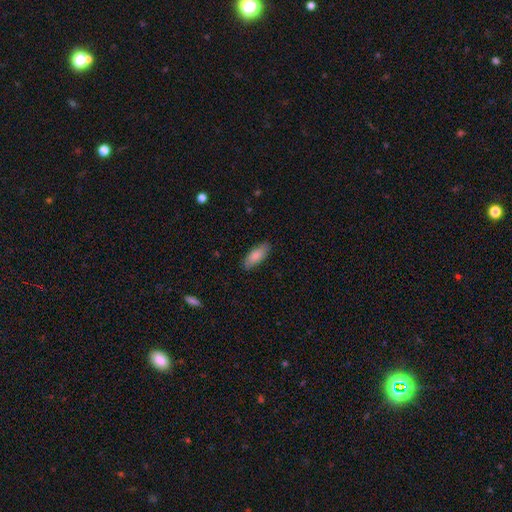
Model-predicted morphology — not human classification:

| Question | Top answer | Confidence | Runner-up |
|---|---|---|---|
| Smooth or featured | smooth | 81% | featured or disk (13%) |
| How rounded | in between | 77% | cigar-shaped (21%) |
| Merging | none | 85% | minor disturbance (12%) |